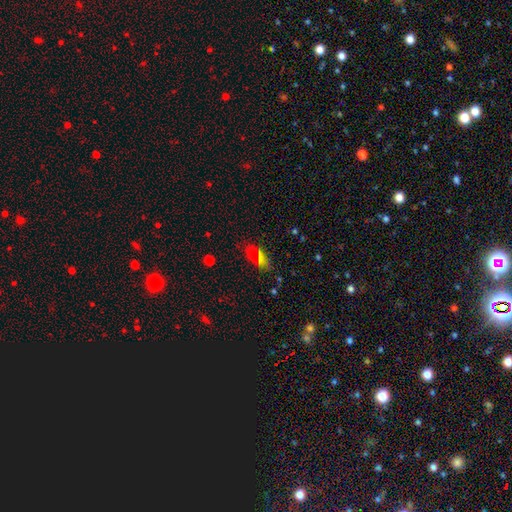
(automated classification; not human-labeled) Smooth or featured?
  - smooth: 67% *
  - star or artifact: 22%
  - featured or disk: 11%
How rounded?
  - in between: 77% *
  - cigar-shaped: 17%
  - round: 6%
Merging?
  - none: 82% *
  - minor disturbance: 12%
  - major disturbance: 4%
  - merger: 2%